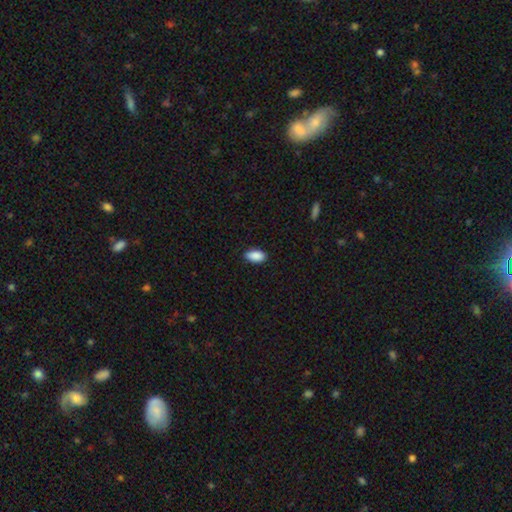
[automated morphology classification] A smooth galaxy with no disk features (90%) that is in between round and cigar-shaped (93%).

Vote fractions:
- Smooth or featured? smooth: 90% / star or artifact: 7% / featured or disk: 3%
- How rounded? in between: 93% / cigar-shaped: 4% / round: 3%
- Merging? none: 87% / minor disturbance: 10% / major disturbance: 2% / merger: 1%